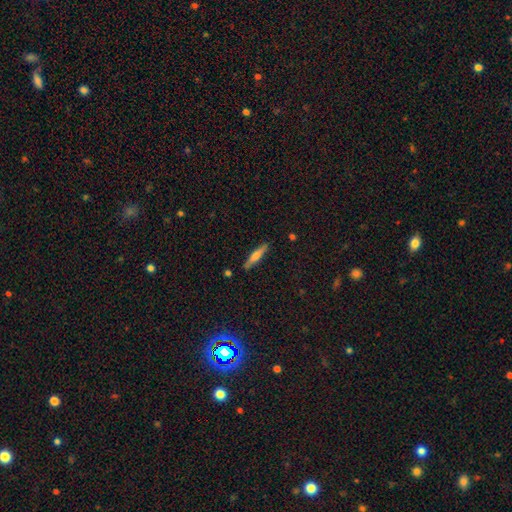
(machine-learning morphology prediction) smooth-or-featured: smooth: 54% | featured or disk: 39% | star or artifact: 7%
  how-rounded: cigar-shaped: 89% | in between: 10% | round: 2%
  merging: none: 87% | minor disturbance: 9% | major disturbance: 2% | merger: 2%